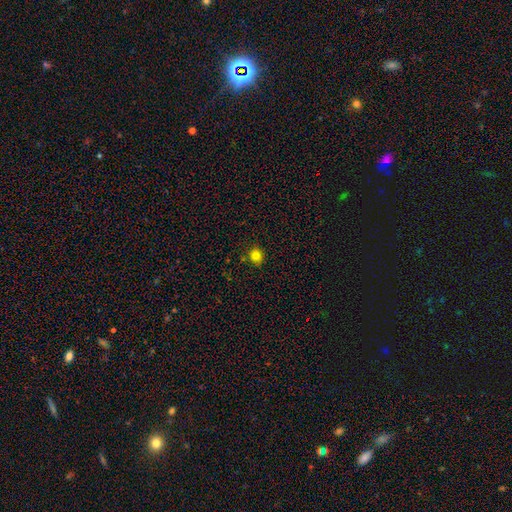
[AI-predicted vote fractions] The model was most divided on "how rounded": round: 77%, in between: 22%, cigar-shaped: 1%. More confident: merging — none (83%); smooth or featured — smooth (80%).